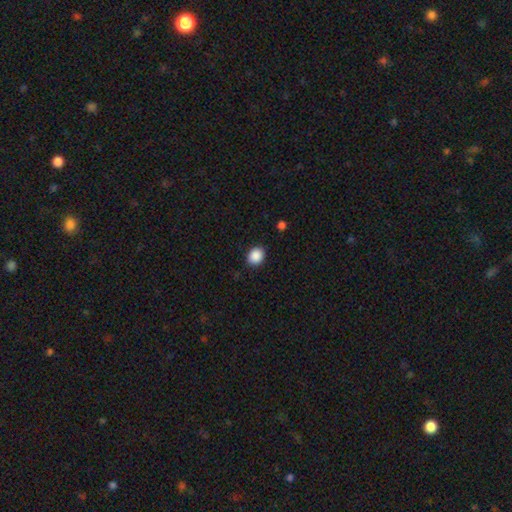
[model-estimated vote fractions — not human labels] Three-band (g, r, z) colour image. It shows a smooth galaxy with no disk features (88%) that is round (60%). Merging: none (88%).